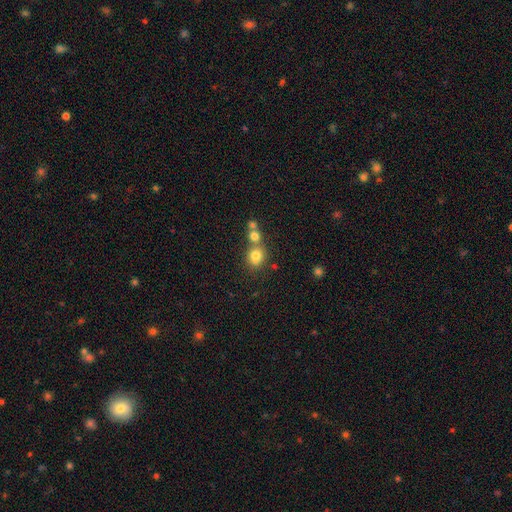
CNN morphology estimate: The model was most divided on "merging": none: 48%, merger: 40%, minor disturbance: 9%, major disturbance: 4%. More confident: smooth or featured — smooth (78%); how rounded — round (72%).